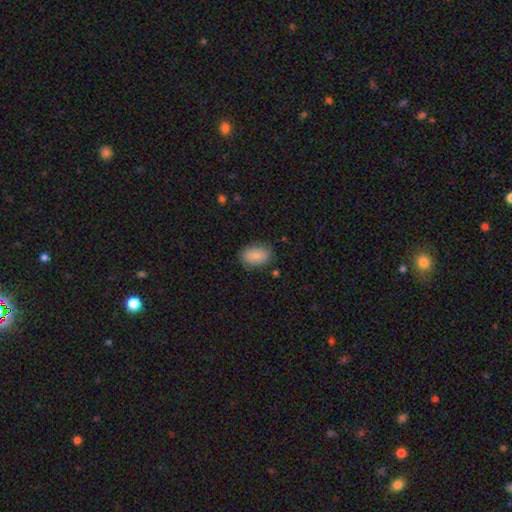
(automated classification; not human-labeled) Overall: smooth (84%). How rounded: in between (86%). Merging: none (81%).